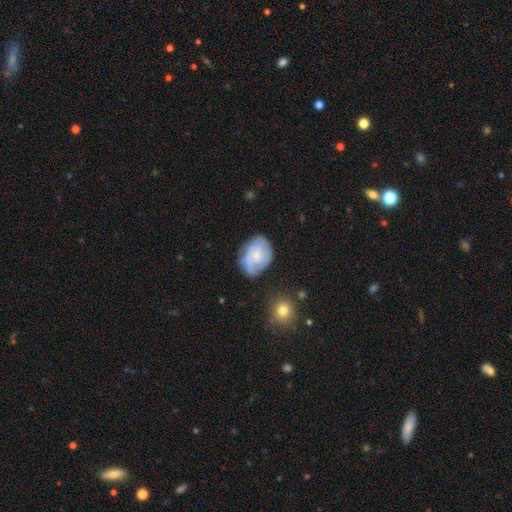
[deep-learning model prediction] Smooth or featured? Predicted: featured or disk (p=0.71). Edge-on disk? Predicted: no (p=0.98). Bar? Predicted: no (p=0.71). Spiral arms? Predicted: yes (p=0.91). Spiral winding? Predicted: tight (p=0.50). Spiral arm count? Predicted: can't tell (p=0.30). Bulge size? Predicted: small (p=0.66). Merging? Predicted: none (p=0.62).